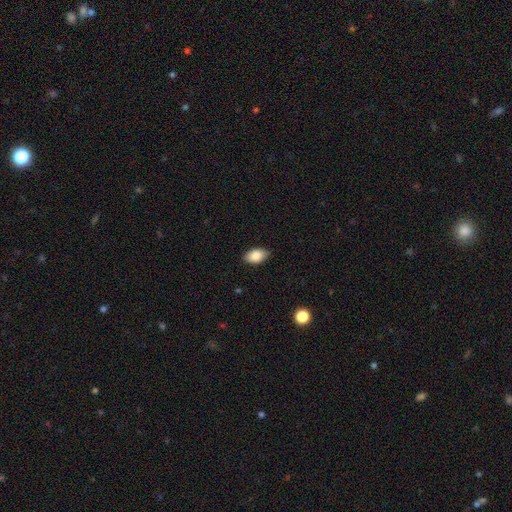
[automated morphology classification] Smooth or featured: smooth — 86% (star or artifact — 7%)
How rounded: in between — 92% (round — 7%)
Merging: none — 82% (minor disturbance — 14%)